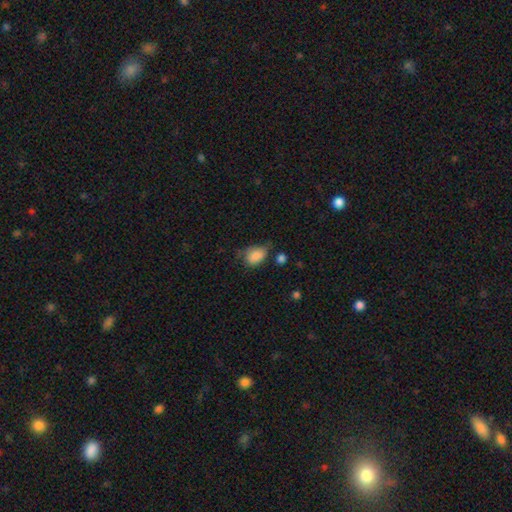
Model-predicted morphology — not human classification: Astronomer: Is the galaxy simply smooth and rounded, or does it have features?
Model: smooth — 84%.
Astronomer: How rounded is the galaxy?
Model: in between — 81%.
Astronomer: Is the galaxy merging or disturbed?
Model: none — 42% (runner-up: minor disturbance, 38%).